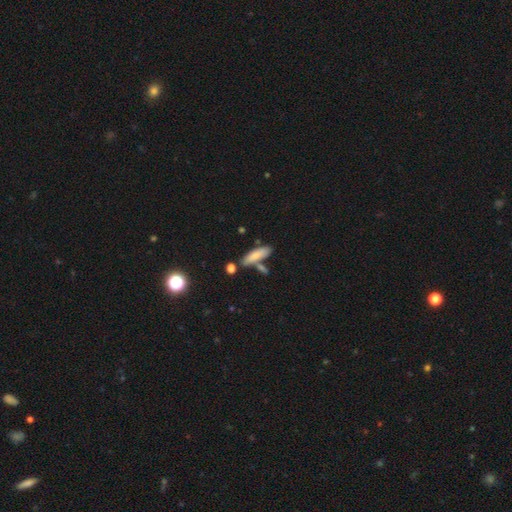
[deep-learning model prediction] Smooth or featured?
  - smooth: 74% *
  - featured or disk: 19%
  - star or artifact: 7%
How rounded?
  - cigar-shaped: 58% *
  - in between: 39%
  - round: 2%
Merging?
  - none: 64% *
  - merger: 18%
  - minor disturbance: 15%
  - major disturbance: 4%